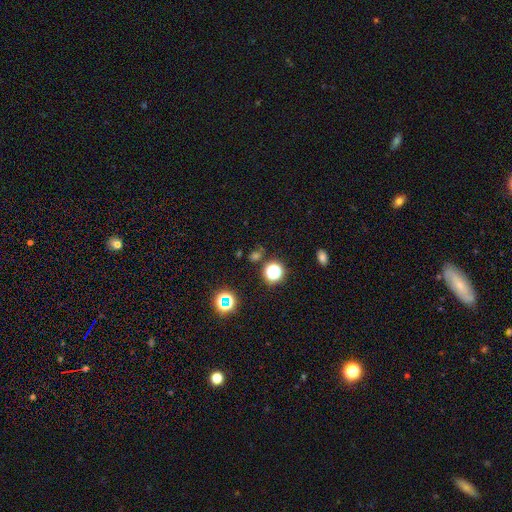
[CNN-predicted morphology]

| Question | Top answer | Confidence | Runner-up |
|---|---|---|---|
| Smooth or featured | star or artifact | 53% | smooth (39%) |